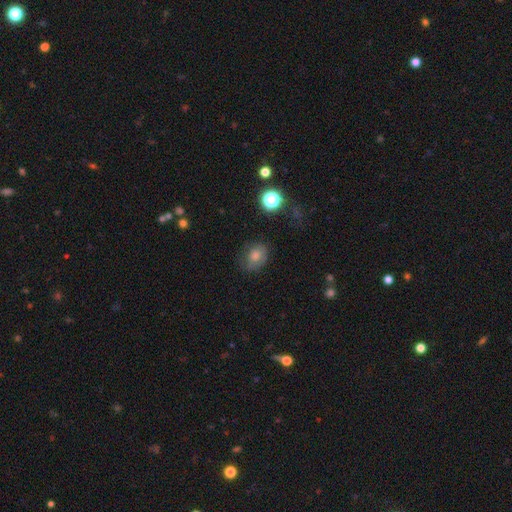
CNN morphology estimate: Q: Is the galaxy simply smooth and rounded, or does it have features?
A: smooth — 73%.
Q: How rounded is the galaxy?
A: round — 52%.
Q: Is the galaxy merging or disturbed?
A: none — 68%.